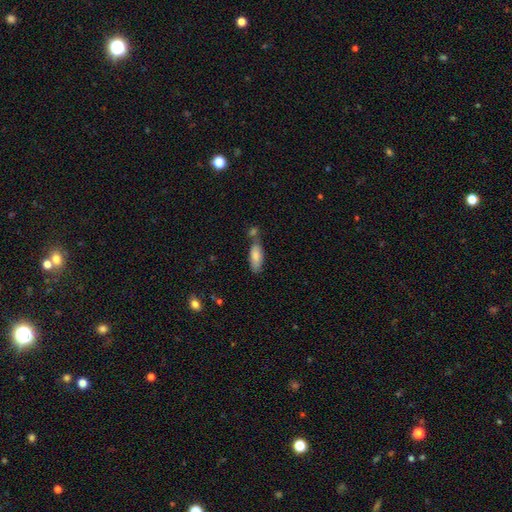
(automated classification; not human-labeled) The model was most divided on "merging": none: 54%, merger: 24%, minor disturbance: 17%, major disturbance: 4%. More confident: smooth or featured — smooth (80%); how rounded — in between (74%).